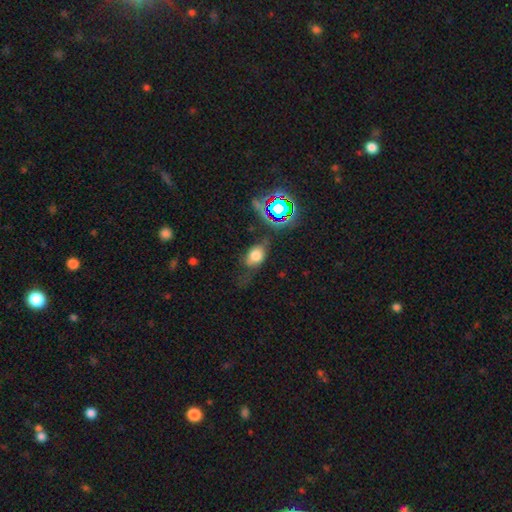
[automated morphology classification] Overall: smooth (61%). How rounded: in between (75%). Merging: none (51%; minor disturbance 27%).